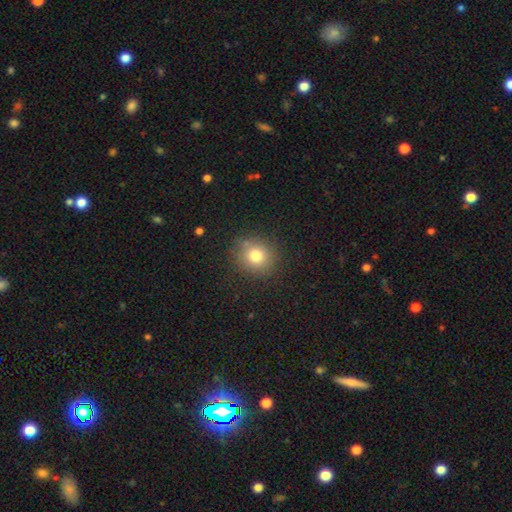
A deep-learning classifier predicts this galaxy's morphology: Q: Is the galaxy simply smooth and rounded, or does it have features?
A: smooth — 79%.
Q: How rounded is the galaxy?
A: round — 83%.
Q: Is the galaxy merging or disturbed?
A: none — 85%.